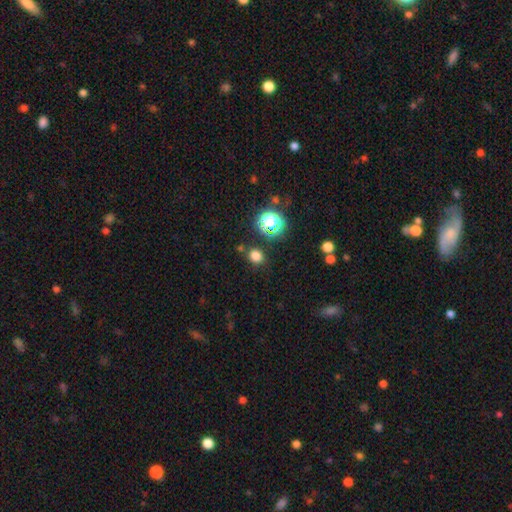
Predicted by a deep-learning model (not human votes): Smooth or featured? Predicted: smooth (p=0.74). How rounded? Predicted: round (p=0.66). Merging? Predicted: none (p=0.82).